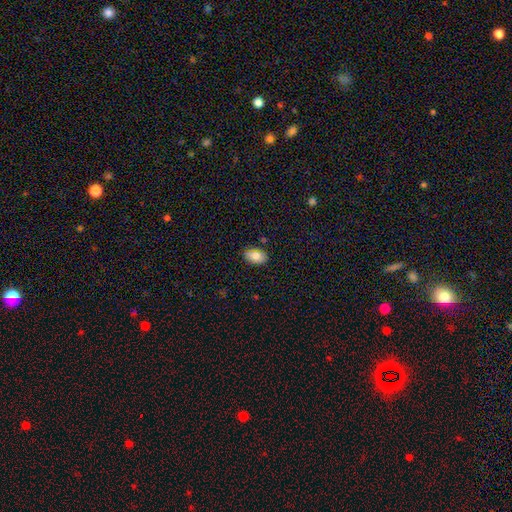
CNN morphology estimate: smooth_or_featured: smooth (p=0.81) [alt: featured or disk p=0.11]
how_rounded: in between (p=0.89) [alt: round p=0.09]
merging: none (p=0.80) [alt: minor disturbance p=0.15]